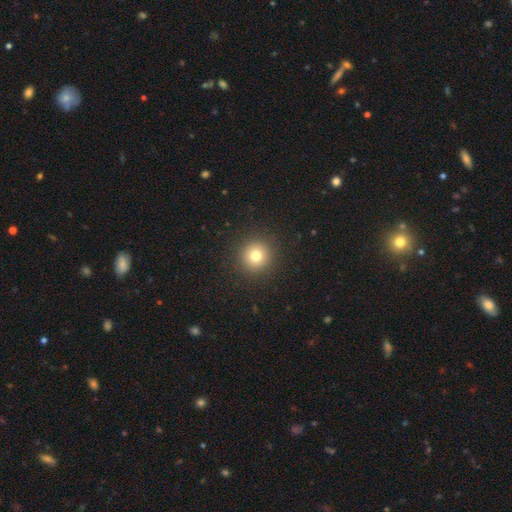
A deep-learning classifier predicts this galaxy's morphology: type=smooth (78%); roundness=round (94%); merging=none (92%).